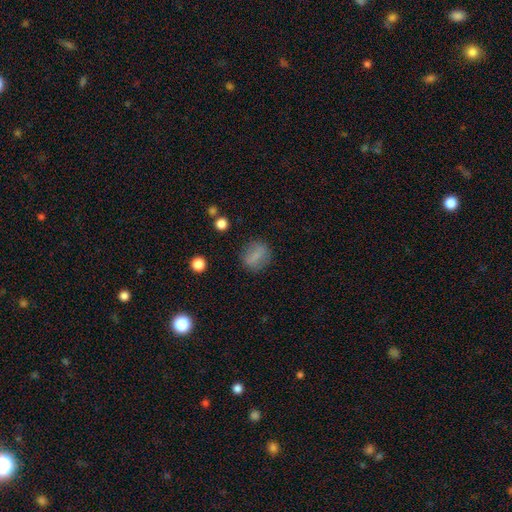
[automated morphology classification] The model was most divided on "how rounded": round: 55%, in between: 42%, cigar-shaped: 3%. More confident: merging — none (82%); smooth or featured — smooth (74%).